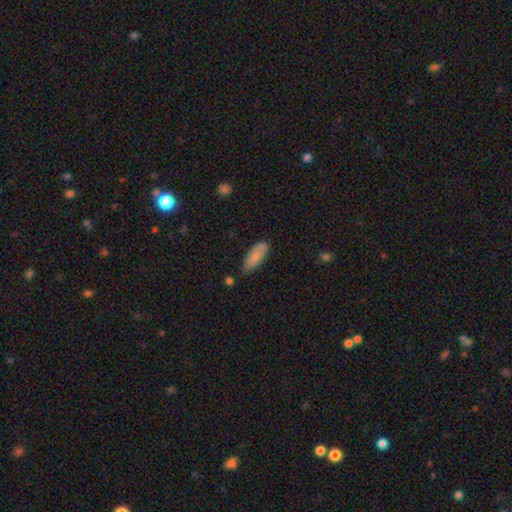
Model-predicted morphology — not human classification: Q: Smooth or featured?
A: smooth (81%); runner-up: featured or disk (12%)
Q: How rounded?
A: in between (74%); runner-up: cigar-shaped (24%)
Q: Merging?
A: none (66%); runner-up: minor disturbance (25%)